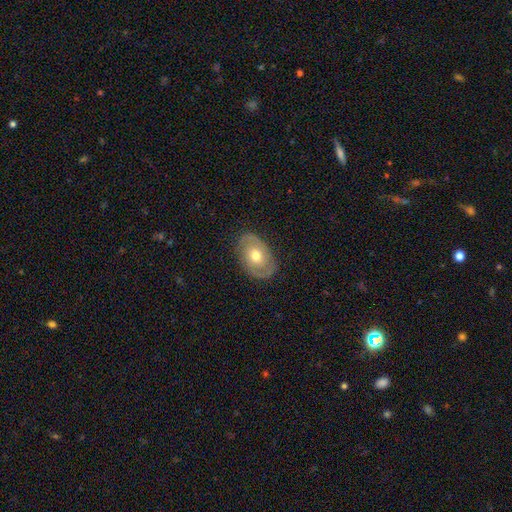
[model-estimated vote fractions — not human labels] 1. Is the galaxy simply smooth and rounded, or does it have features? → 67% featured or disk, 27% smooth, 6% star or artifact.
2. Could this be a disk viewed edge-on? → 94% no, 6% yes.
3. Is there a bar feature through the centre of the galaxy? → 78% no, 18% weak, 4% strong.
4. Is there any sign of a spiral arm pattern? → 74% yes, 26% no.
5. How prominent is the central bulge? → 75% moderate, 16% small, 7% large, 1% dominant, 1% none.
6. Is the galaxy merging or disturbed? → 83% none, 12% minor disturbance, 4% major disturbance, 1% merger.